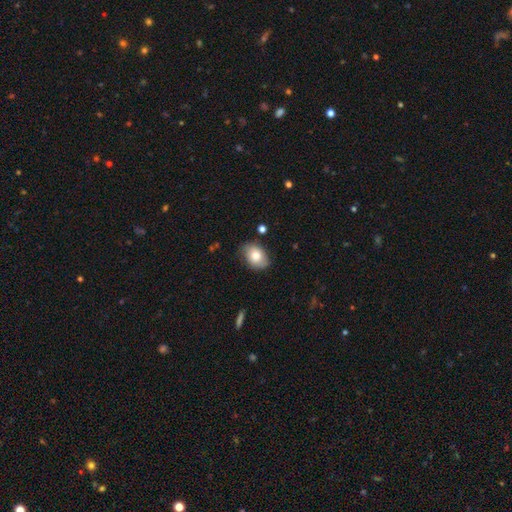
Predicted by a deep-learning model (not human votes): Morphology: type=smooth (77%); roundness=in between (77%); merging=none (75%).